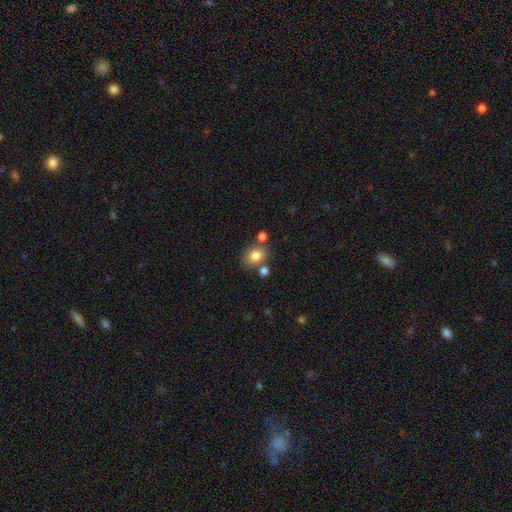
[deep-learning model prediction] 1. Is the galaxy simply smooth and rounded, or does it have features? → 80% smooth, 10% featured or disk, 10% star or artifact.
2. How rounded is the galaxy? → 65% in between, 34% round, 1% cigar-shaped.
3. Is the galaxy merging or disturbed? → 66% none, 16% merger, 14% minor disturbance, 4% major disturbance.